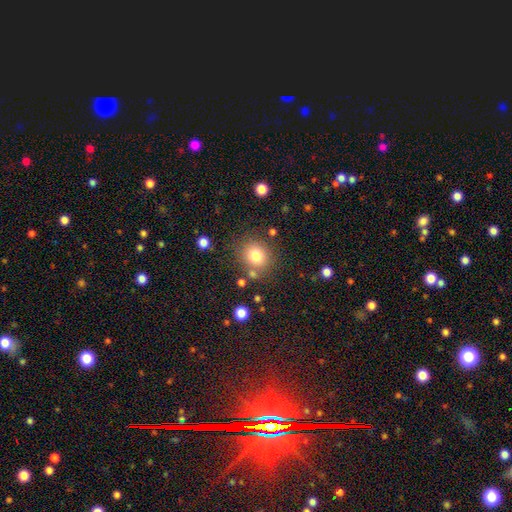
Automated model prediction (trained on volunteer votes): smooth 79%, star or artifact 12%, featured or disk 9%. Down the decision tree: how rounded — round (83%); merging — none (78%).